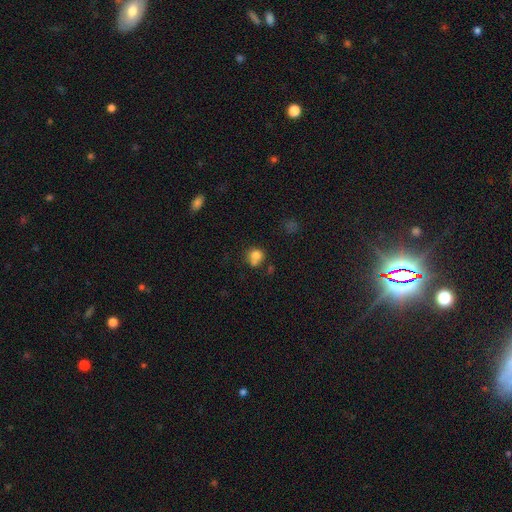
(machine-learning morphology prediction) Smooth or featured? Predicted: smooth (p=0.78). How rounded? Predicted: round (p=0.79). Merging? Predicted: none (p=0.48).